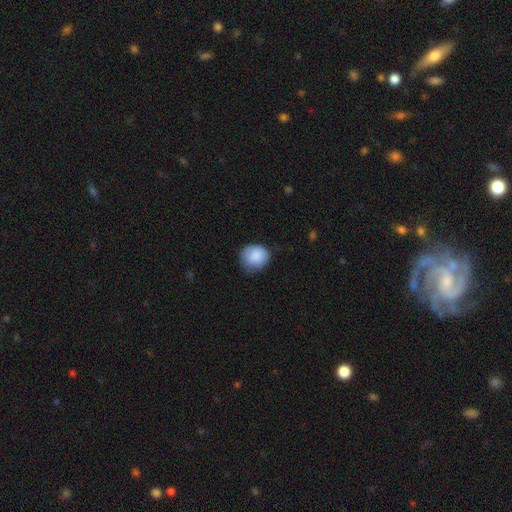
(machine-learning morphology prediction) This is clearly a smooth galaxy (87%). How rounded: likely round (78%). Merging: likely none (69%).